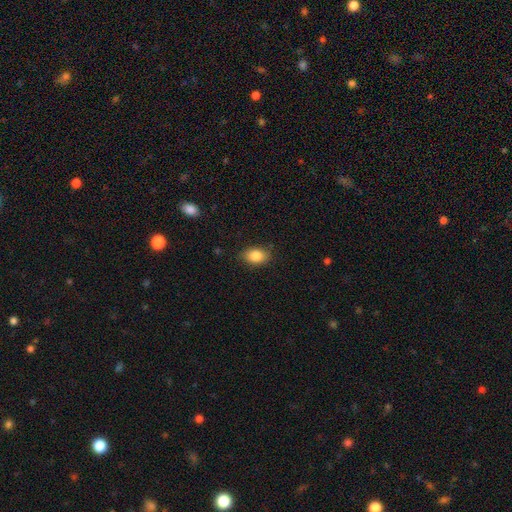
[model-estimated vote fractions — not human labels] A smooth galaxy with no disk features (85%) that is in between round and cigar-shaped (84%).

Vote fractions:
- Smooth or featured? smooth: 85% / star or artifact: 8% / featured or disk: 7%
- How rounded? in between: 84% / round: 15% / cigar-shaped: 2%
- Merging? none: 85% / minor disturbance: 12% / major disturbance: 3% / merger: 1%